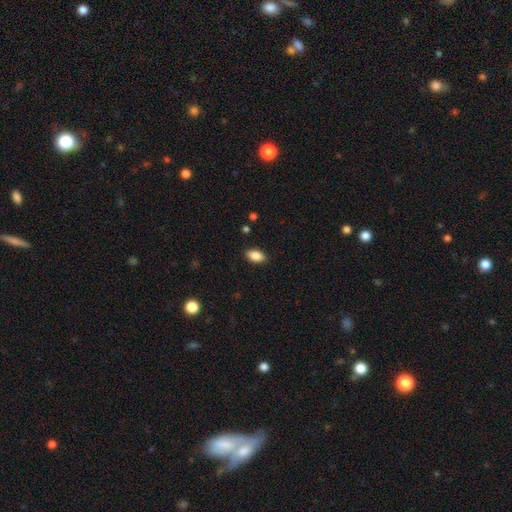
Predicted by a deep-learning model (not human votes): Smooth or featured: smooth — 86% (star or artifact — 8%)
How rounded: in between — 91% (round — 5%)
Merging: none — 88% (minor disturbance — 9%)